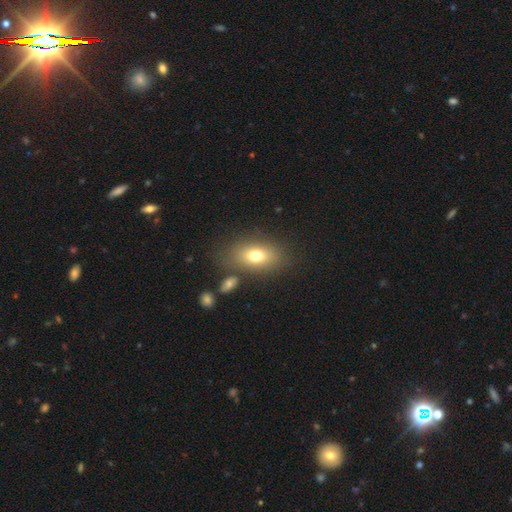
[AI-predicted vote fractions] smooth 73%, featured or disk 16%, star or artifact 11%. Down the decision tree: how rounded — in between (83%); merging — none (75%).